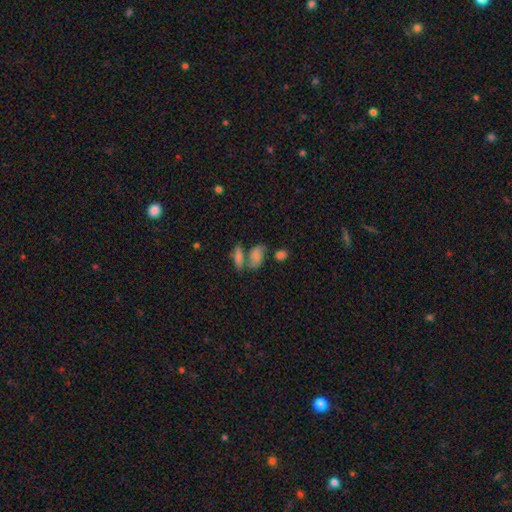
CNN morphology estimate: A smooth galaxy with no disk features (54%) that is in between round and cigar-shaped (74%).

Vote fractions:
- Smooth or featured? smooth: 54% / featured or disk: 27% / star or artifact: 18%
- How rounded? in between: 74% / cigar-shaped: 15% / round: 11%
- Merging? merger: 43% / none: 38% / minor disturbance: 12% / major disturbance: 8%